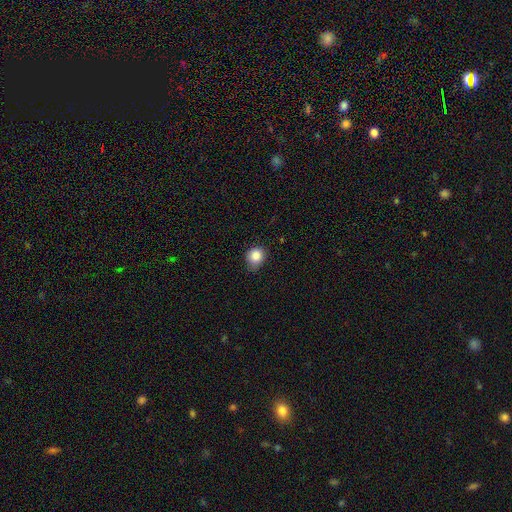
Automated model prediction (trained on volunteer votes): Morphology: type=smooth (86%); roundness=round (73%); merging=none (67%).